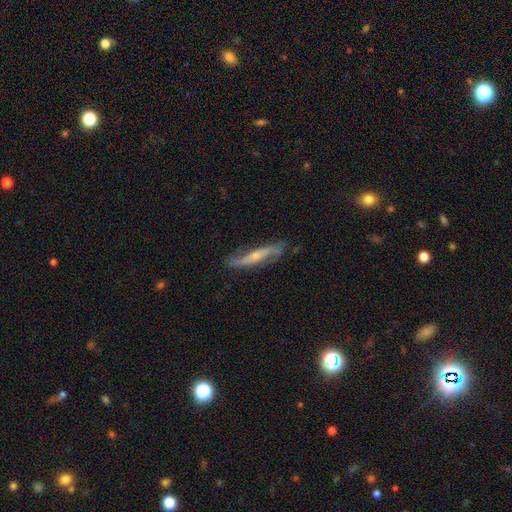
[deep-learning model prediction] A featured or disk galaxy (74%) viewed edge-on (50%, tied with no). Merging: none (75%).